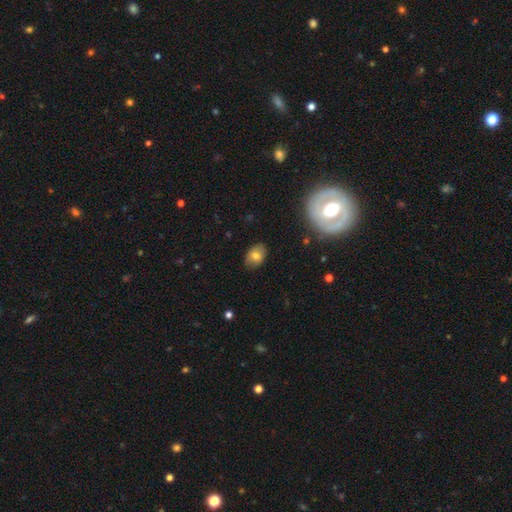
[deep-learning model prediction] Morphology: type=smooth (73%); roundness=in between (78%); merging=none (80%).